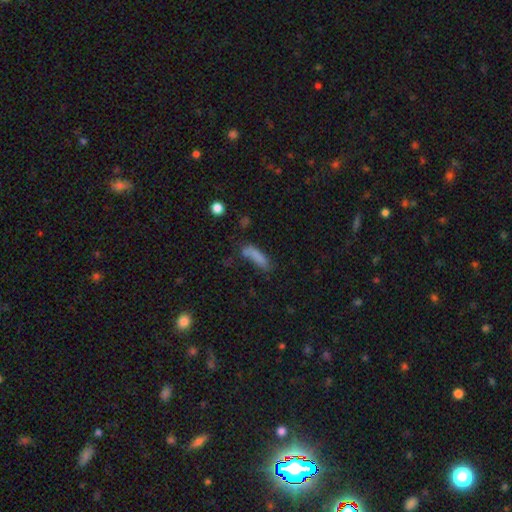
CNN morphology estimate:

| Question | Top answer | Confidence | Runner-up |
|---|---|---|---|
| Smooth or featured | smooth | 78% | featured or disk (12%) |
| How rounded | cigar-shaped | 59% | in between (38%) |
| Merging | none | 50% | minor disturbance (24%) |